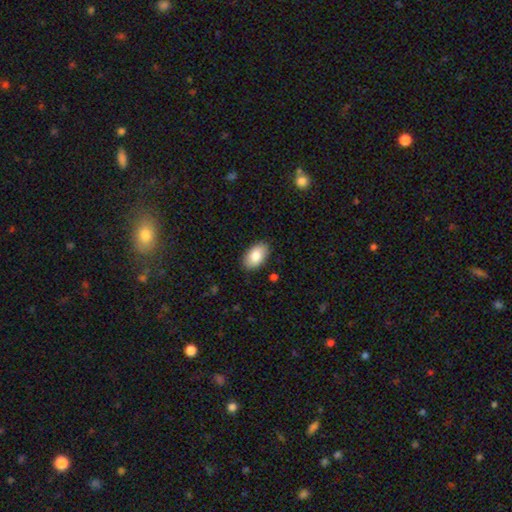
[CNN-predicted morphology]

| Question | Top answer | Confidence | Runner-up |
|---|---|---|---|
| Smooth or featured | smooth | 85% | featured or disk (9%) |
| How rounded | in between | 94% | round (5%) |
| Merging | none | 88% | minor disturbance (9%) |